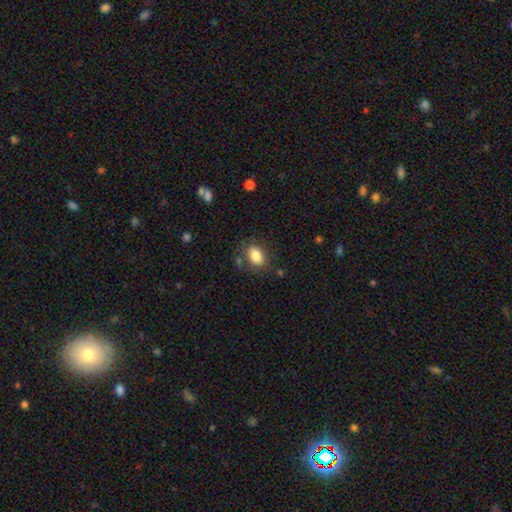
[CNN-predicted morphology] smooth_or_featured: smooth (p=0.84) [alt: star or artifact p=0.08]
how_rounded: in between (p=0.80) [alt: round p=0.18]
merging: none (p=0.77) [alt: minor disturbance p=0.15]